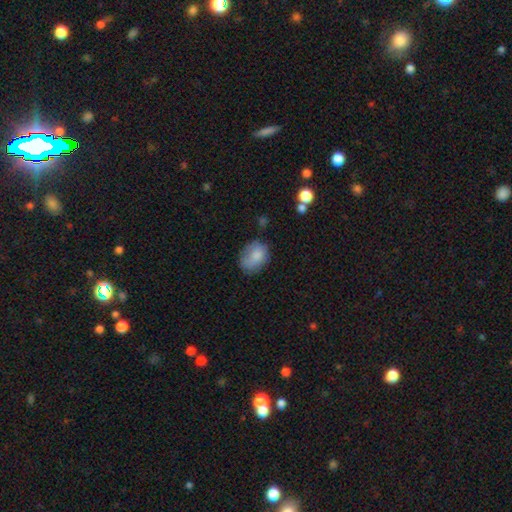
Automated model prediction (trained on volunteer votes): Smooth or featured?
  - smooth: 79% *
  - featured or disk: 13%
  - star or artifact: 8%
How rounded?
  - in between: 68% *
  - round: 31%
  - cigar-shaped: 1%
Merging?
  - none: 56% *
  - minor disturbance: 29%
  - major disturbance: 11%
  - merger: 3%